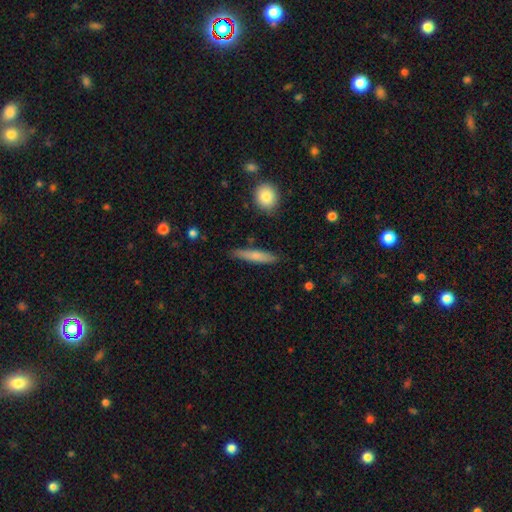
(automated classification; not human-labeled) This appears to be a smooth galaxy with no disk features (68%) that is cigar-shaped (85%). Merging: none (83%).